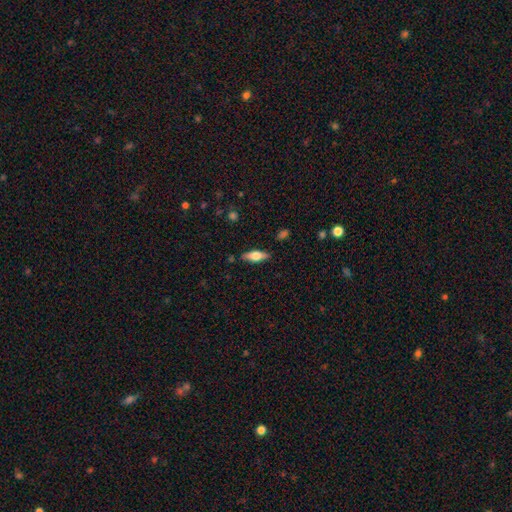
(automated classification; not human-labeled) A smooth galaxy with no disk features (56%) that is in between round and cigar-shaped (59%).

Vote fractions:
- Smooth or featured? smooth: 56% / featured or disk: 37% / star or artifact: 7%
- How rounded? in between: 59% / cigar-shaped: 39% / round: 3%
- Merging? none: 85% / minor disturbance: 11% / major disturbance: 2% / merger: 1%